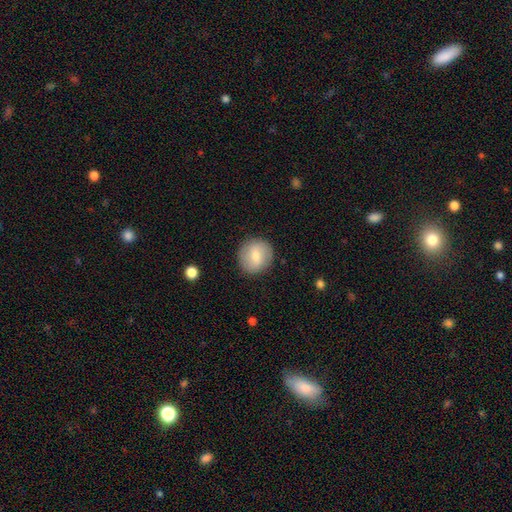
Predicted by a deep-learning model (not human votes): This is likely a smooth galaxy (69%). How rounded: clearly round (87%). Merging: clearly none (87%).